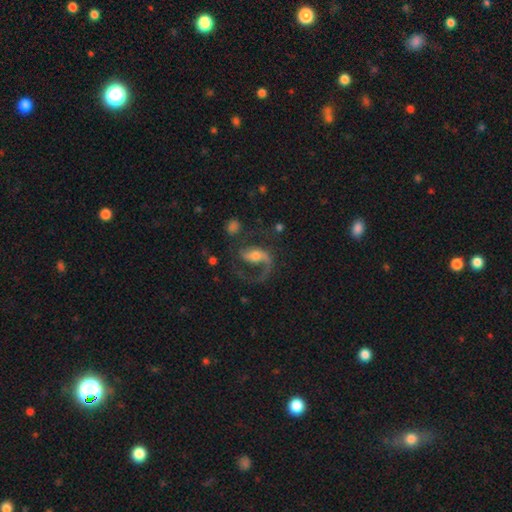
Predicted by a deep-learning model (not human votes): smooth-or-featured: featured or disk: 82% | smooth: 11% | star or artifact: 7%
  disk-edge-on: no: 96% | yes: 4%
    bar: weak: 39% | strong: 31% | no: 30%
    has-spiral-arms: yes: 94% | no: 6%
      spiral-winding: loose: 47% | medium: 43% | tight: 10%
      spiral-arm-count: 2: 49% | 1: 46% | can't tell: 2% | 3: 1% | 4: 1% | more than 4: 1%
    bulge-size: moderate: 57% | small: 27% | large: 10% | none: 3% | dominant: 2%
  merging: none: 51% | major disturbance: 29% | minor disturbance: 15% | merger: 4%